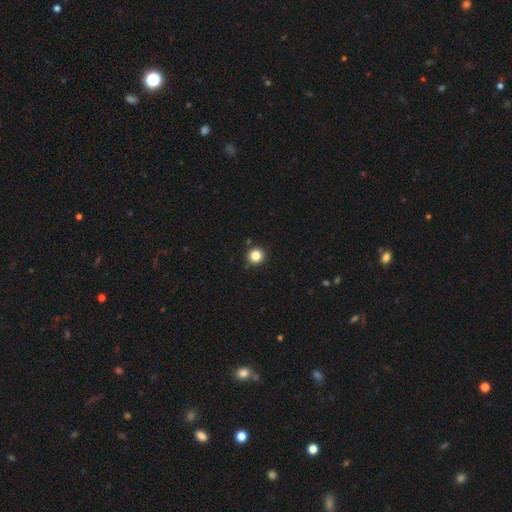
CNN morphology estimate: The model was most divided on "smooth or featured": smooth: 84%, star or artifact: 12%, featured or disk: 4%. More confident: how rounded — round (95%); merging — none (90%).